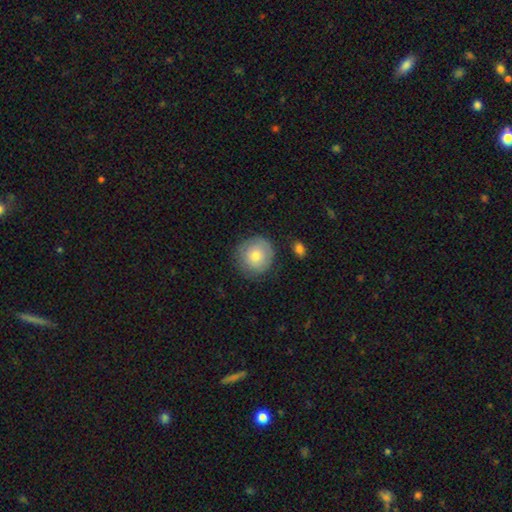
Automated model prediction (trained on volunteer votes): Morphology: type=smooth (73%); roundness=round (93%); merging=none (80%).